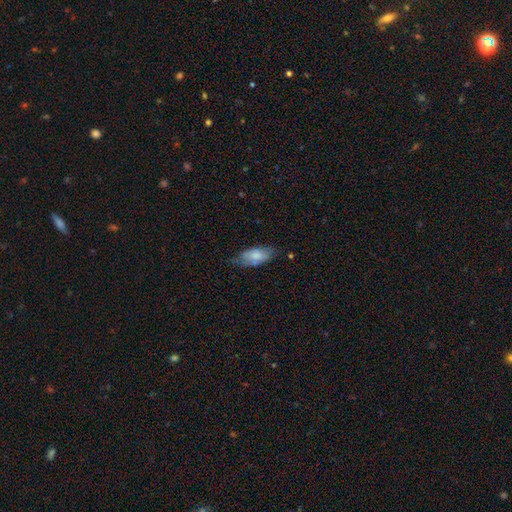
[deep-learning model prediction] Overall: smooth (77%). How rounded: in between (87%). Merging: none (61%; minor disturbance 29%).